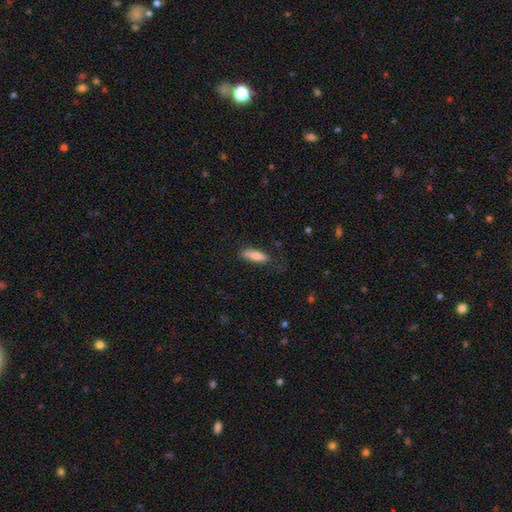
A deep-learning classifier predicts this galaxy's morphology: smooth_or_featured: smooth (p=0.78) [alt: featured or disk p=0.15]
how_rounded: cigar-shaped (p=0.56) [alt: in between p=0.42]
merging: none (p=0.74) [alt: minor disturbance p=0.19]